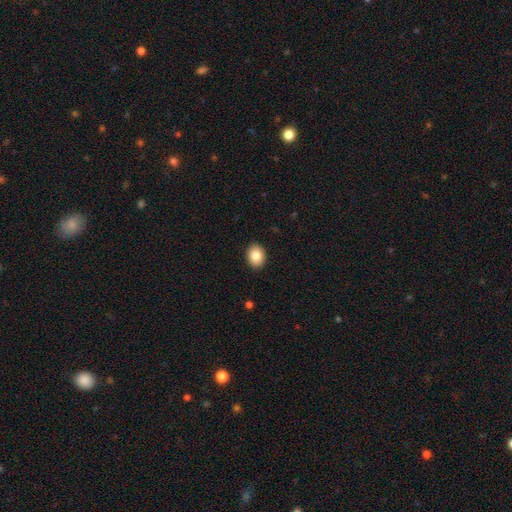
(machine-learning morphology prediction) The model was most divided on "how rounded": in between: 57%, round: 42%, cigar-shaped: 1%. More confident: merging — none (91%); smooth or featured — smooth (84%).